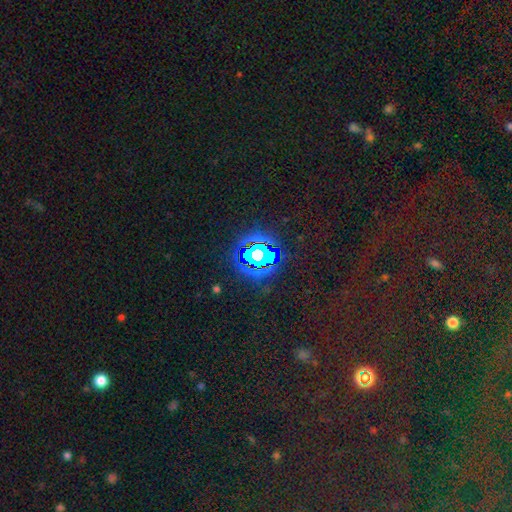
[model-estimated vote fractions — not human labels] star or artifact 79%, smooth 13%, featured or disk 8%.